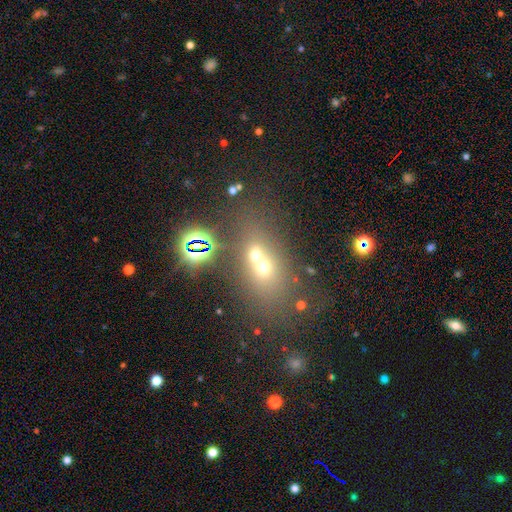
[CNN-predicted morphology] A smooth galaxy with no disk features (52%) that is in between round and cigar-shaped (55%).

Vote fractions:
- Smooth or featured? smooth: 52% / star or artifact: 27% / featured or disk: 21%
- How rounded? in between: 55% / round: 42% / cigar-shaped: 3%
- Merging? merger: 62% / none: 26% / minor disturbance: 7% / major disturbance: 5%